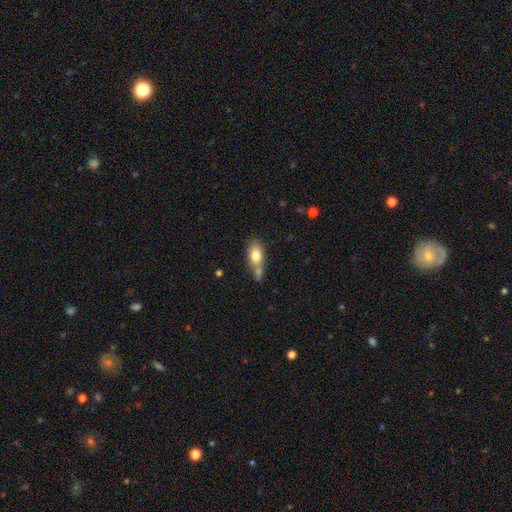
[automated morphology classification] smooth_or_featured: smooth (p=0.75) [alt: featured or disk p=0.17]
how_rounded: in between (p=0.82) [alt: cigar-shaped p=0.10]
merging: none (p=0.45) [alt: merger p=0.30]